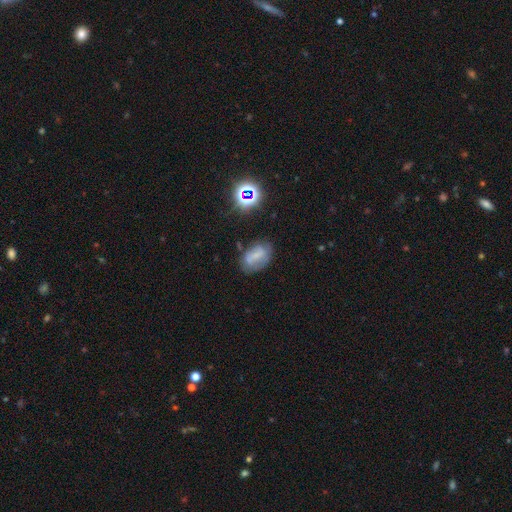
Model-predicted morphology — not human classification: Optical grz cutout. It shows a smooth galaxy with no disk features (50%). Merging: none (58%).